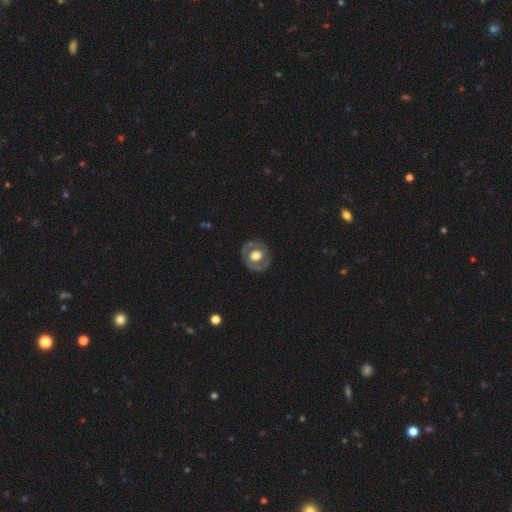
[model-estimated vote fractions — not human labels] featured or disk 57%, smooth 37%, star or artifact 6%. Down the decision tree: edge-on disk — no (95%); bar — no (78%); spiral arms — no (73%); bulge size — large (53%); merging — none (81%).